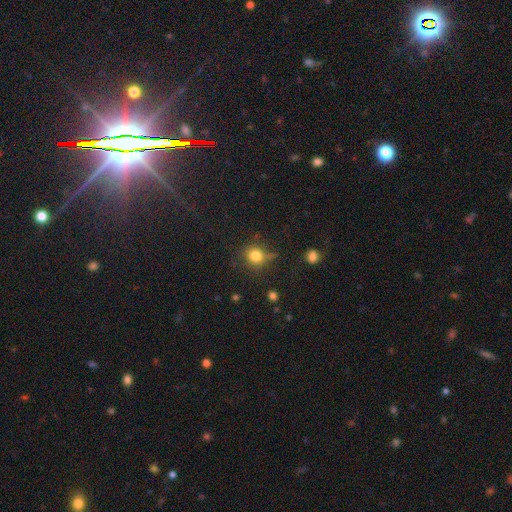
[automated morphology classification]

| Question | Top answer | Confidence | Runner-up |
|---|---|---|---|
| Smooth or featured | smooth | 80% | star or artifact (13%) |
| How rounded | round | 84% | in between (15%) |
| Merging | none | 70% | minor disturbance (19%) |